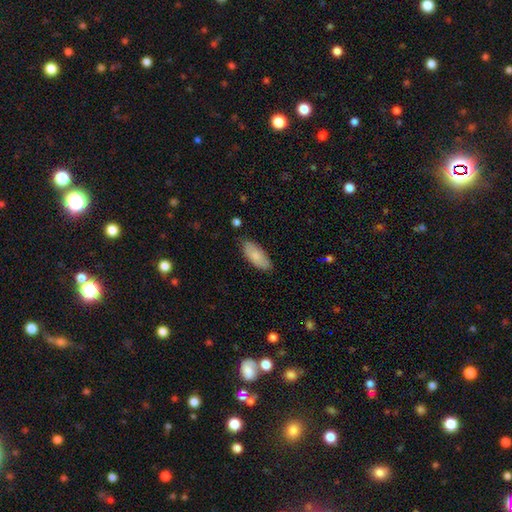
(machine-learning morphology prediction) smooth 81%, featured or disk 13%, star or artifact 6%. Down the decision tree: how rounded — in between (86%); merging — none (79%).